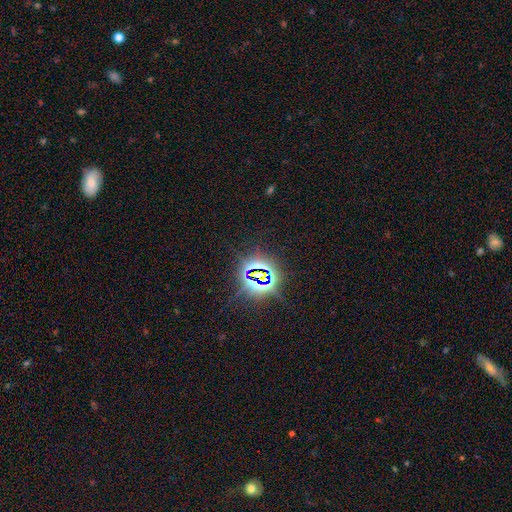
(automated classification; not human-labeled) This is likely a star or artifact rather than a galaxy (78%).